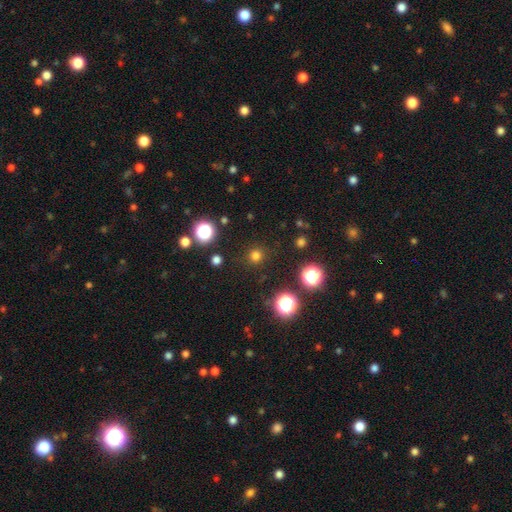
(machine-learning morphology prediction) A smooth galaxy with no disk features (74%) that is round (95%). Merging: none (89%).